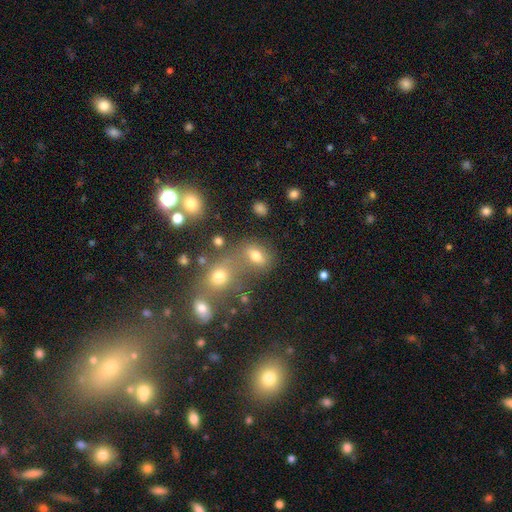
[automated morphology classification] Smooth or featured? smooth (70%)
How rounded? in between (69%)
Merging? none (47%)